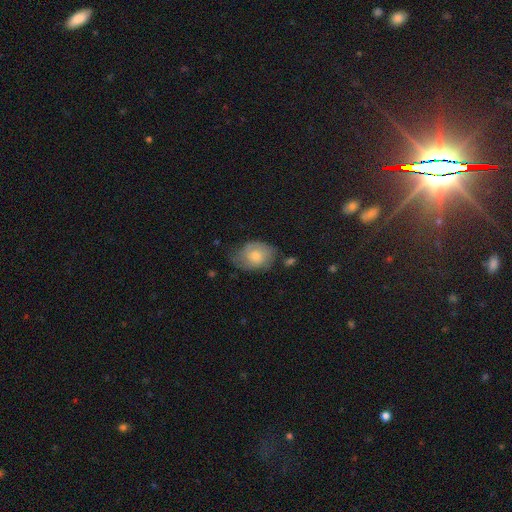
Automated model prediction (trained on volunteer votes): Smooth or featured? Predicted: smooth (p=0.55). How rounded? Predicted: in between (p=0.68). Merging? Predicted: none (p=0.48).